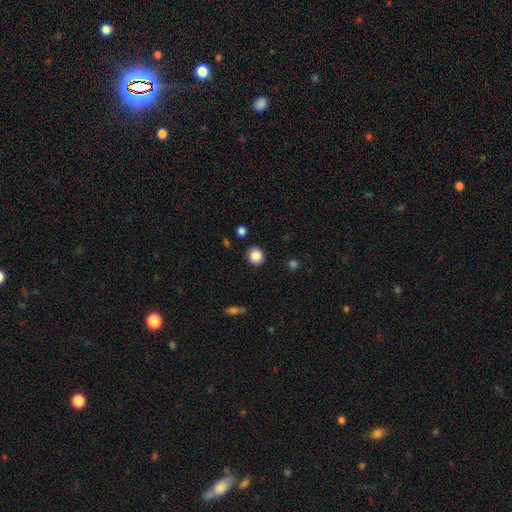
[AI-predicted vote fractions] Smooth or featured? smooth (87%)
How rounded? round (81%)
Merging? none (88%)